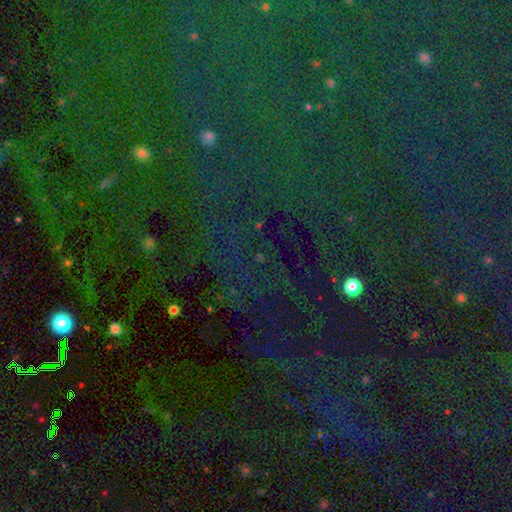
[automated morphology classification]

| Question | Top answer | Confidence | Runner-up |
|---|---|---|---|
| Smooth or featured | star or artifact | 79% | smooth (13%) |